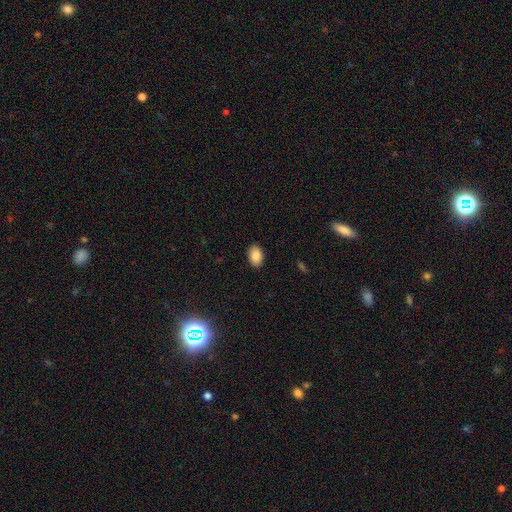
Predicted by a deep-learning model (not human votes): smooth 88%, star or artifact 8%, featured or disk 5%. Down the decision tree: how rounded — in between (85%); merging — none (89%).